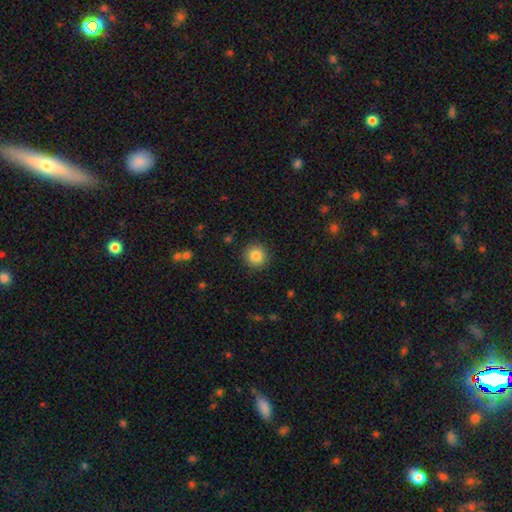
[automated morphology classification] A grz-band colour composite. It shows a smooth galaxy with no disk features (86%) that is round (94%). Merging: none (91%).